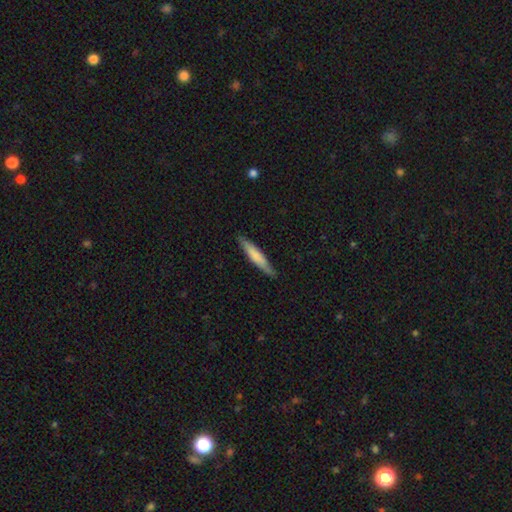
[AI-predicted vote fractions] A smooth galaxy with no disk features (69%) that is cigar-shaped (89%).

Vote fractions:
- Smooth or featured? smooth: 69% / featured or disk: 25% / star or artifact: 5%
- How rounded? cigar-shaped: 89% / in between: 10% / round: 1%
- Merging? none: 85% / minor disturbance: 12% / major disturbance: 2% / merger: 1%